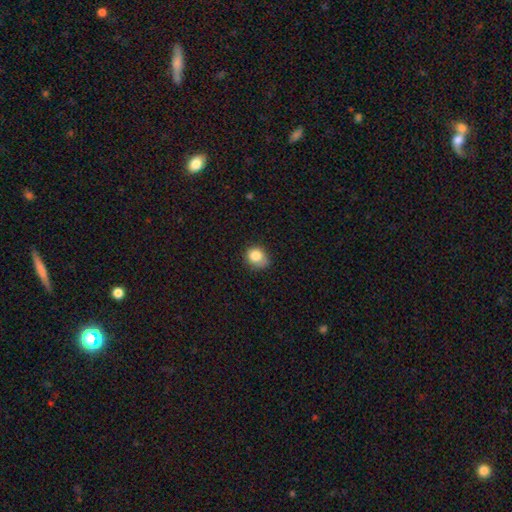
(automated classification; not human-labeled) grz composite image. It shows a smooth galaxy with no disk features (82%) that is round (66%). Merging: none (58%).